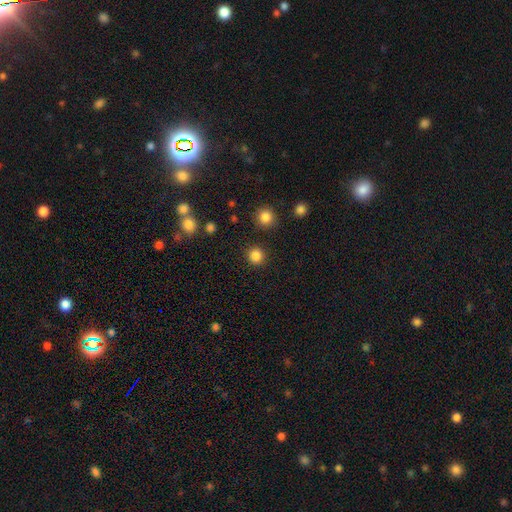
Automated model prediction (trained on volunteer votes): The model was most divided on "smooth or featured": smooth: 84%, star or artifact: 12%, featured or disk: 4%. More confident: how rounded — round (94%); merging — none (91%).